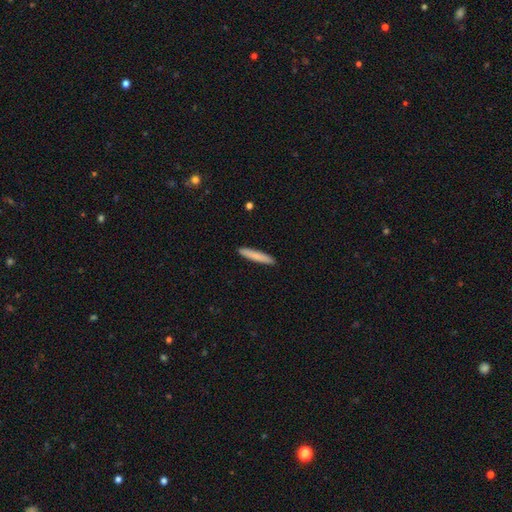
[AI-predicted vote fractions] Smooth or featured?
  - smooth: 80% *
  - featured or disk: 14%
  - star or artifact: 6%
How rounded?
  - cigar-shaped: 94% *
  - in between: 5%
  - round: 1%
Merging?
  - none: 92% *
  - minor disturbance: 6%
  - major disturbance: 1%
  - merger: 1%